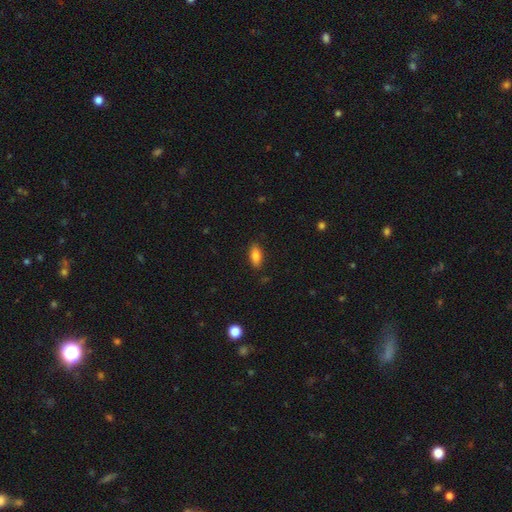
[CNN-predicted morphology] type=smooth (83%); roundness=in between (83%); merging=none (85%).